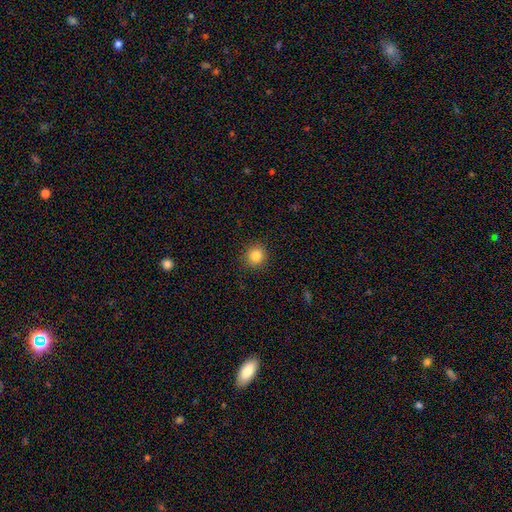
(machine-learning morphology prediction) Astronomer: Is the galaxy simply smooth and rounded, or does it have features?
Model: smooth — 84%.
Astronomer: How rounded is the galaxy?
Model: round — 89%.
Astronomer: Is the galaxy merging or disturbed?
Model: none — 90%.